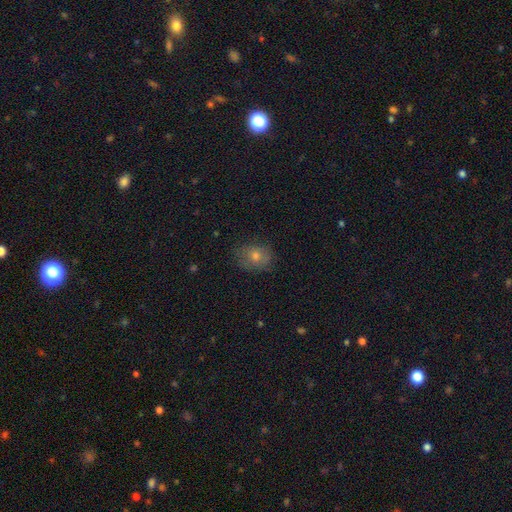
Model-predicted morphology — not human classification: Smooth or featured: smooth — 65% (featured or disk — 18%)
How rounded: round — 51% (in between — 47%)
Merging: none — 76% (minor disturbance — 18%)